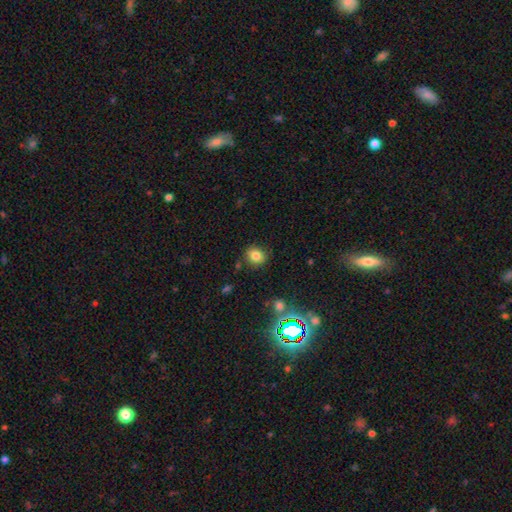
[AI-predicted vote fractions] The model was most divided on "how rounded": round: 71%, in between: 28%, cigar-shaped: 1%. More confident: merging — none (83%); smooth or featured — smooth (80%).